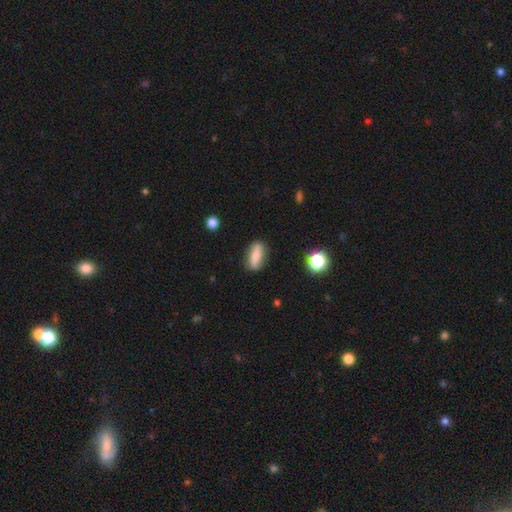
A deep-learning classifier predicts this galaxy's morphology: Smooth or featured: smooth — 74% (featured or disk — 18%)
How rounded: in between — 58% (cigar-shaped — 37%)
Merging: none — 83% (minor disturbance — 12%)